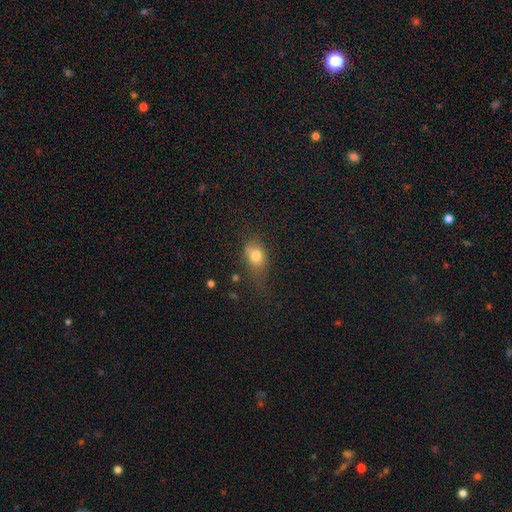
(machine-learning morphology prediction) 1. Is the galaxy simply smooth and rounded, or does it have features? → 77% smooth, 13% featured or disk, 10% star or artifact.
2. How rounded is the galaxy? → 72% in between, 24% round, 4% cigar-shaped.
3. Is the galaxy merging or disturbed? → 46% none, 32% minor disturbance, 19% major disturbance, 4% merger.